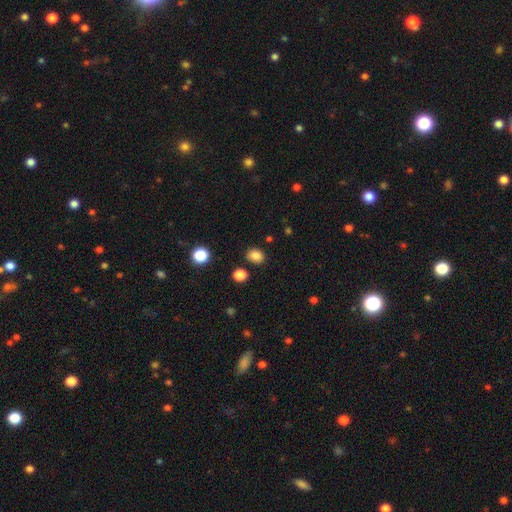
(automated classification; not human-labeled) Q: Smooth or featured?
A: smooth (84%); runner-up: star or artifact (12%)
Q: How rounded?
A: round (53%); runner-up: in between (46%)
Q: Merging?
A: none (84%); runner-up: minor disturbance (9%)